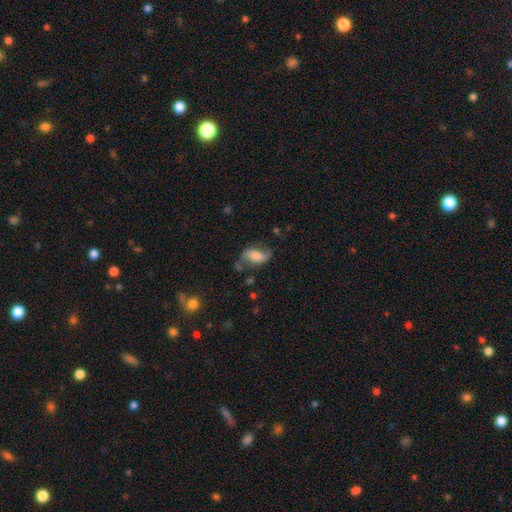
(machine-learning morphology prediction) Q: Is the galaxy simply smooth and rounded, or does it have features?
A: featured or disk — 64%.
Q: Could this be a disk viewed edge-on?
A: no — 95%.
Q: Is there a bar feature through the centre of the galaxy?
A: no — 46%.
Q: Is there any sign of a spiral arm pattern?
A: yes — 90%.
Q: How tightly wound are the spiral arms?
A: loose — 67%.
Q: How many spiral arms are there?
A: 2 — 88%.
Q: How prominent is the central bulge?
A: moderate — 46%.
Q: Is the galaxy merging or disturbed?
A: none — 61%.